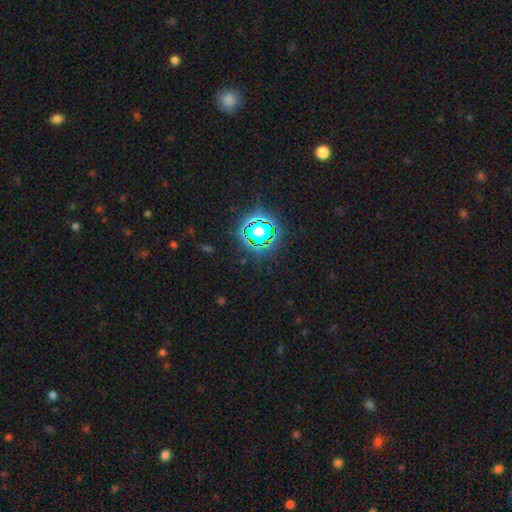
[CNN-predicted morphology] smooth_or_featured: star or artifact (p=0.81) [alt: smooth p=0.12]